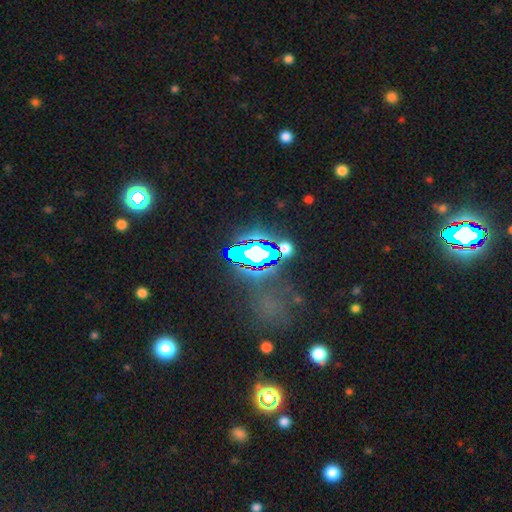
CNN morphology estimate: This is likely a star or artifact rather than a galaxy (70%).